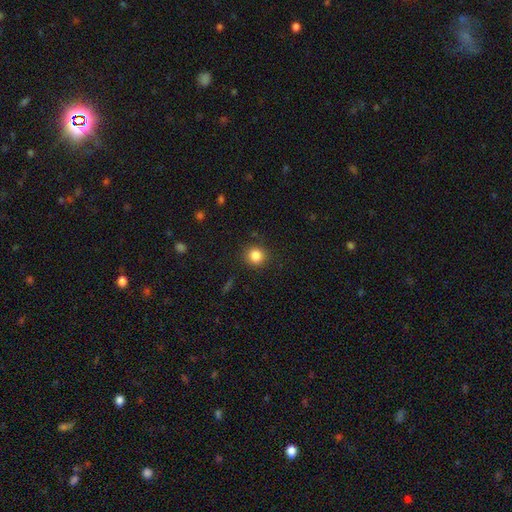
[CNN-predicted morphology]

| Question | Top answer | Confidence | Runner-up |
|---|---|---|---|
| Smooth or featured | smooth | 84% | star or artifact (11%) |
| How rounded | round | 90% | in between (9%) |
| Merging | none | 89% | minor disturbance (8%) |